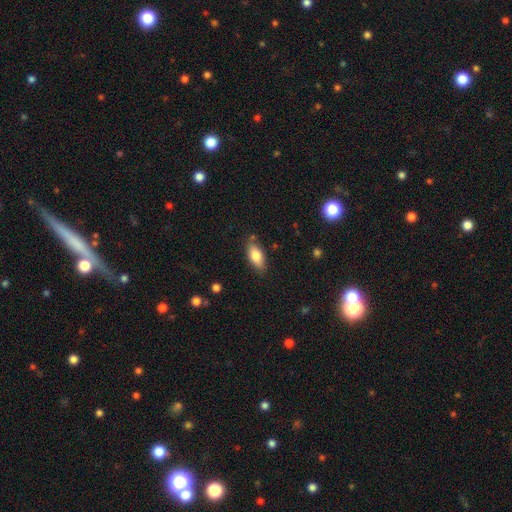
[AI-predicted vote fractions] A smooth galaxy with no disk features (79%) that is in between round and cigar-shaped (85%).

Vote fractions:
- Smooth or featured? smooth: 79% / featured or disk: 15% / star or artifact: 7%
- How rounded? in between: 85% / cigar-shaped: 11% / round: 3%
- Merging? none: 80% / minor disturbance: 15% / major disturbance: 3% / merger: 2%